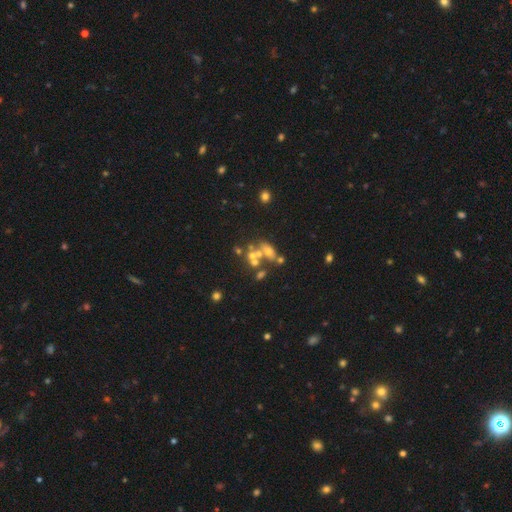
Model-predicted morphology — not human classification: Smooth or featured? Predicted: smooth (p=0.42). Merging? Predicted: merger (p=0.47).